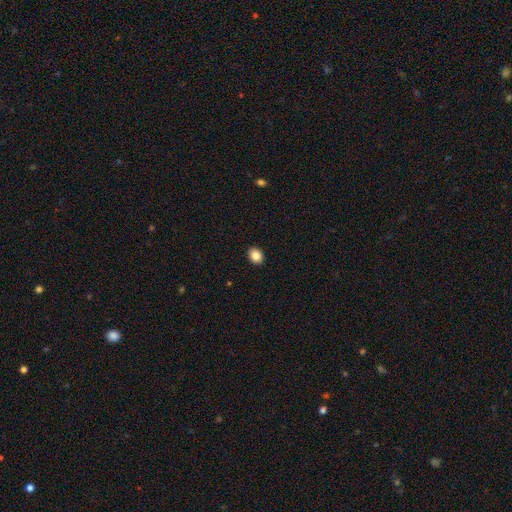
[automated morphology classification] Smooth or featured?
  - smooth: 86% *
  - star or artifact: 9%
  - featured or disk: 5%
How rounded?
  - in between: 53% *
  - round: 46%
  - cigar-shaped: 1%
Merging?
  - none: 92% *
  - minor disturbance: 6%
  - major disturbance: 2%
  - merger: 1%